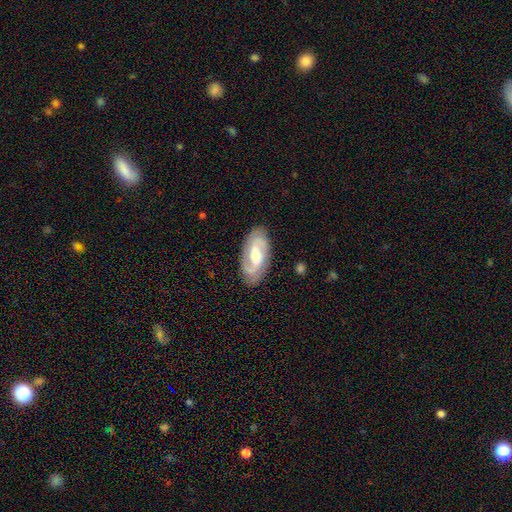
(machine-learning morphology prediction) smooth_or_featured: featured or disk (p=0.81) [alt: smooth p=0.14]
disk_edge_on: no (p=0.95) [alt: yes p=0.05]
bar: weak (p=0.47) [alt: no p=0.31]
has_spiral_arms: yes (p=0.92) [alt: no p=0.08]
spiral_winding: medium (p=0.46) [alt: tight p=0.32]
spiral_arm_count: 2 (p=0.86) [alt: can't tell p=0.07]
bulge_size: moderate (p=0.64) [alt: small p=0.28]
merging: none (p=0.84) [alt: minor disturbance p=0.11]